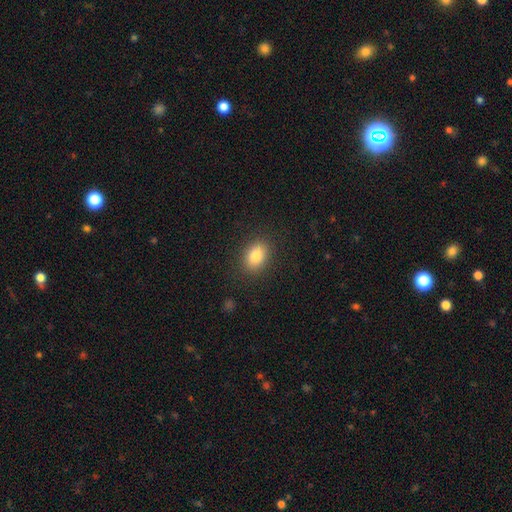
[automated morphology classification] type=smooth (83%); roundness=in between (79%); merging=none (87%).